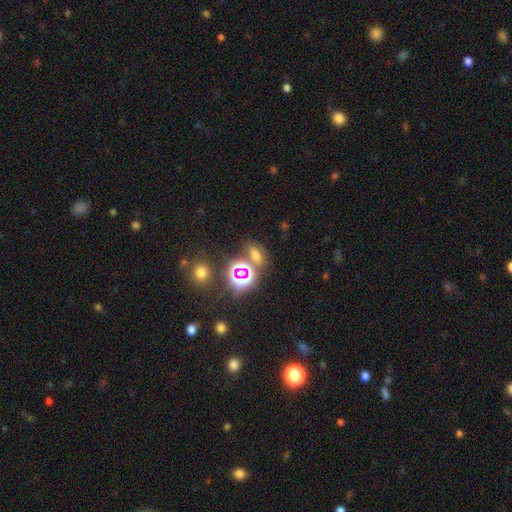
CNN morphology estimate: The model was most divided on "smooth or featured": smooth: 50%, star or artifact: 41%, featured or disk: 9%. More confident: merging — none (69%).